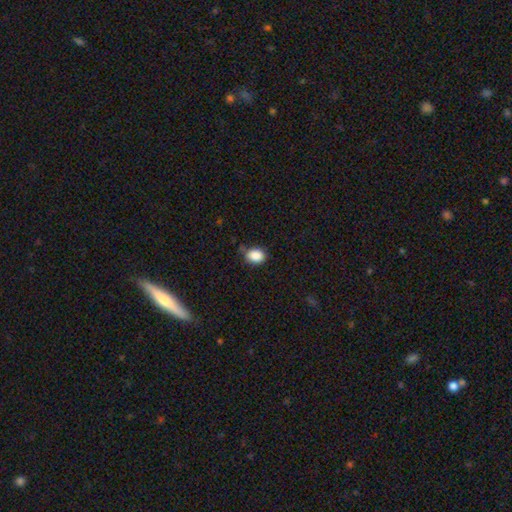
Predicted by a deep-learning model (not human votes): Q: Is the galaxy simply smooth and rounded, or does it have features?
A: smooth — 87%.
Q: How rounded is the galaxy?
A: in between — 65%.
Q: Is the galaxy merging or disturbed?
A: none — 71%.